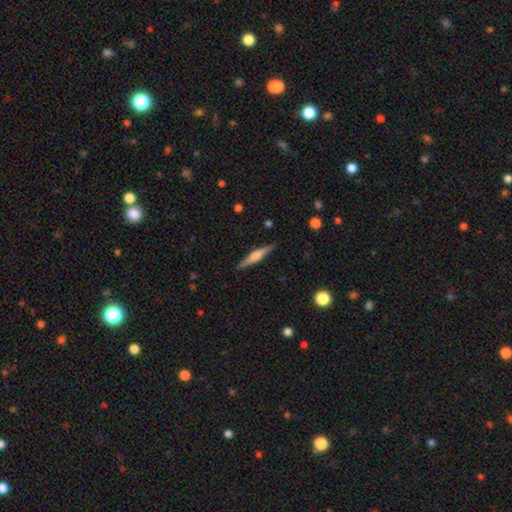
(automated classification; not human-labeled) smooth_or_featured: featured or disk (p=0.51) [alt: smooth p=0.43]
disk_edge_on: yes (p=0.97) [alt: no p=0.03]
merging: none (p=0.89) [alt: minor disturbance p=0.08]